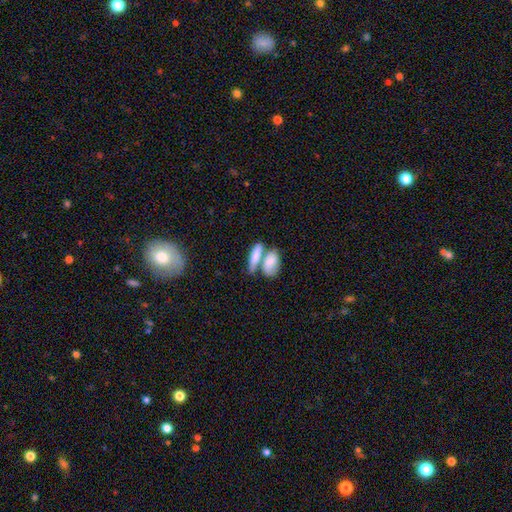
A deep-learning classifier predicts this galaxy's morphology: smooth-or-featured: smooth: 78% | featured or disk: 16% | star or artifact: 6%
  how-rounded: in between: 71% | cigar-shaped: 24% | round: 5%
  merging: merger: 55% | none: 31% | minor disturbance: 9% | major disturbance: 5%